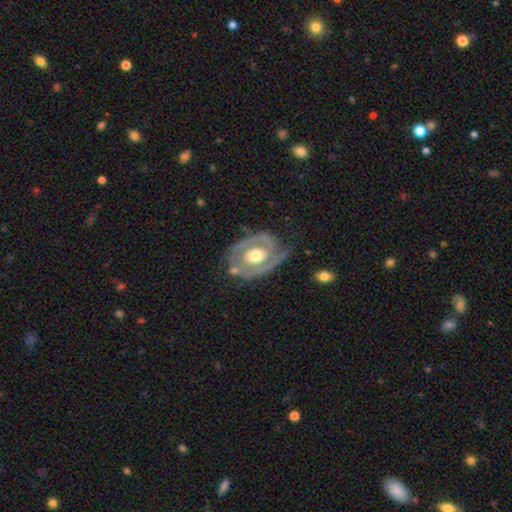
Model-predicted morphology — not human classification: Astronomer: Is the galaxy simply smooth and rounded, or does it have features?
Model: featured or disk — 80%.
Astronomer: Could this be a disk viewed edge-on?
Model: no — 95%.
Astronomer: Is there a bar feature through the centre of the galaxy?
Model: no — 75%.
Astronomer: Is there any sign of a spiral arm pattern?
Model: yes — 72%.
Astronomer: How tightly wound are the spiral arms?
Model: tight — 56% (runner-up: medium, 32%).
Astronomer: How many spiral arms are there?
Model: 2 — 60%.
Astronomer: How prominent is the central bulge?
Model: moderate — 69%.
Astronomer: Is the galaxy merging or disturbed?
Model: none — 62%.